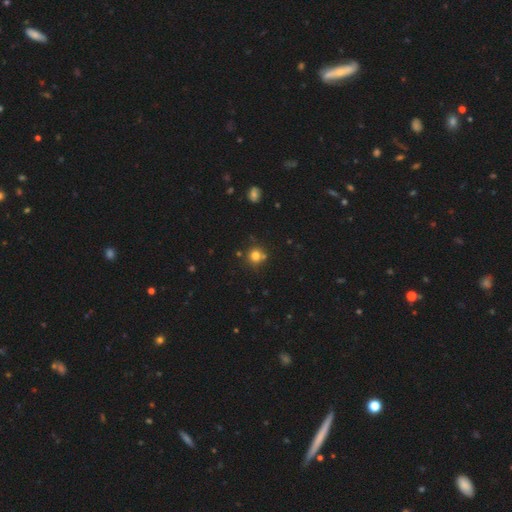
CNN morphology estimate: smooth_or_featured: smooth (p=0.78) [alt: star or artifact p=0.15]
how_rounded: round (p=0.91) [alt: in between p=0.09]
merging: none (p=0.72) [alt: merger p=0.13]